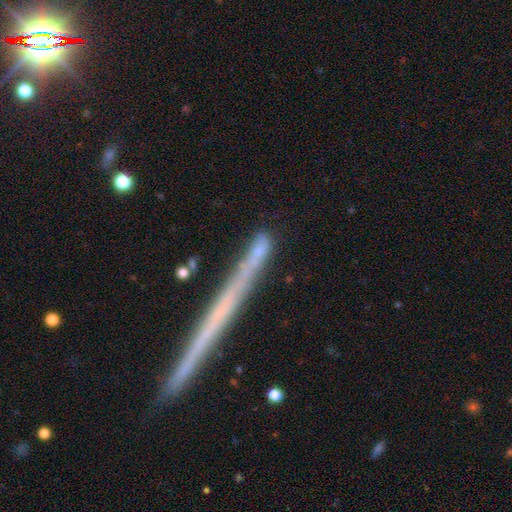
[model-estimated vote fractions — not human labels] This appears to be a smooth galaxy with no disk features (47%). Merging: none (65%).